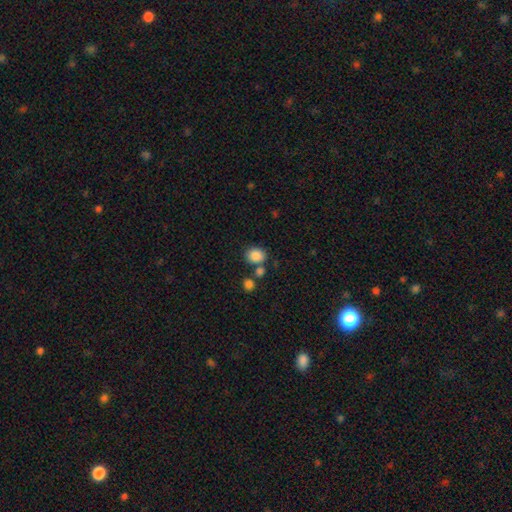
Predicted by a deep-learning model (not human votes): This is clearly a smooth galaxy (86%). How rounded: likely round (65%). Merging: likely none (67%).